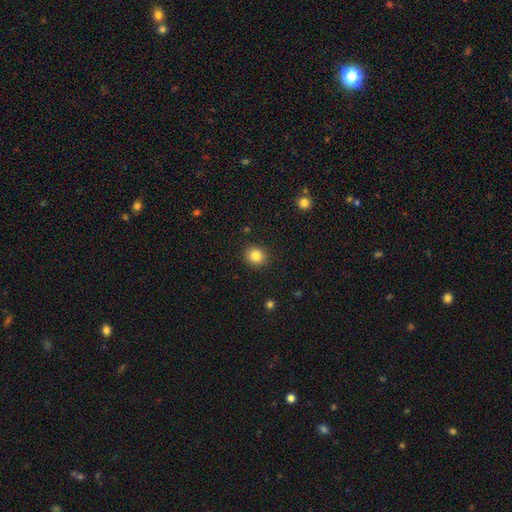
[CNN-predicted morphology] smooth-or-featured: smooth: 83% | star or artifact: 11% | featured or disk: 6%
  how-rounded: round: 80% | in between: 19% | cigar-shaped: 1%
  merging: none: 90% | minor disturbance: 7% | major disturbance: 2% | merger: 1%